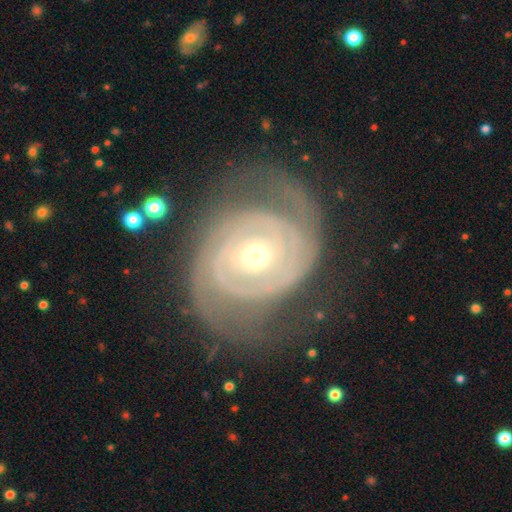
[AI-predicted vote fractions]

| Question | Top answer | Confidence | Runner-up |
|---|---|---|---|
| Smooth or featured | featured or disk | 90% | smooth (5%) |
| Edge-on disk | no | 97% | yes (3%) |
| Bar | no | 63% | weak (26%) |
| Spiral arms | yes | 97% | no (3%) |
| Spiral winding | tight | 77% | medium (19%) |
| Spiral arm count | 2 | 62% | can't tell (13%) |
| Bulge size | moderate | 61% | small (33%) |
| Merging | none | 71% | minor disturbance (17%) |